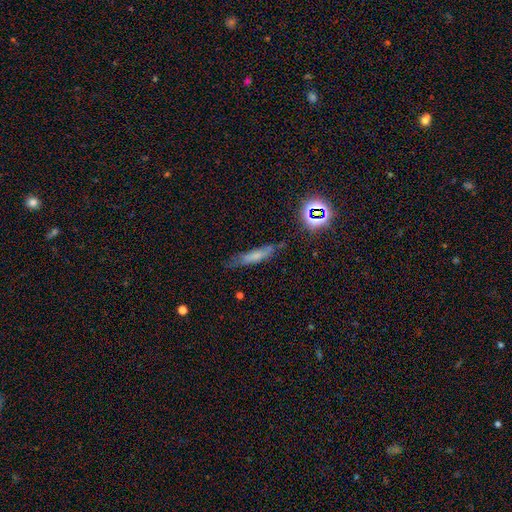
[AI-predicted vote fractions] smooth_or_featured: smooth (p=0.60) [alt: featured or disk p=0.25]
how_rounded: cigar-shaped (p=0.79) [alt: in between p=0.18]
merging: none (p=0.61) [alt: minor disturbance p=0.26]